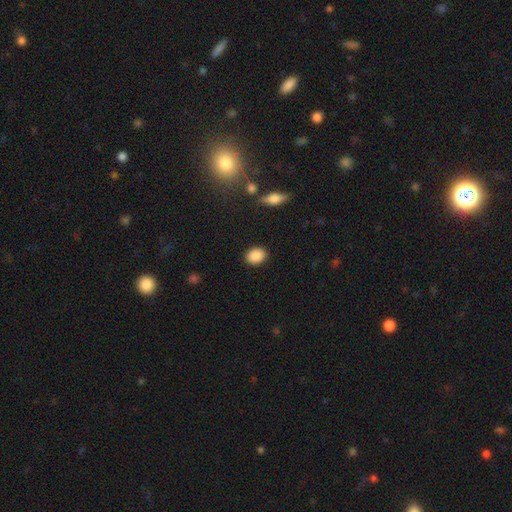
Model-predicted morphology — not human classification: smooth-or-featured: smooth: 89% | star or artifact: 8% | featured or disk: 3%
  how-rounded: in between: 66% | round: 32% | cigar-shaped: 1%
  merging: none: 89% | minor disturbance: 8% | major disturbance: 2% | merger: 1%